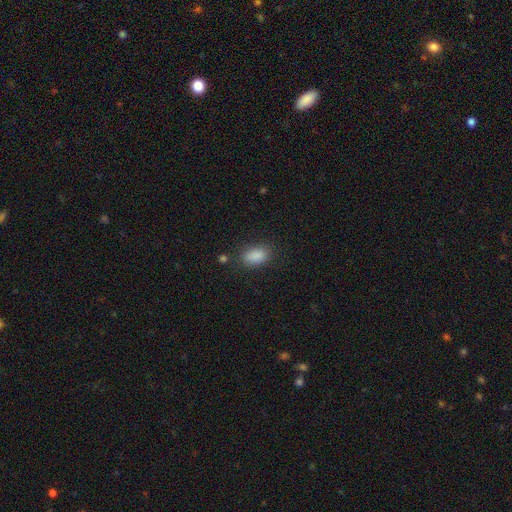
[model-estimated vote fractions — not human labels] Smooth or featured? Predicted: smooth (p=0.88). How rounded? Predicted: in between (p=0.89). Merging? Predicted: none (p=0.80).